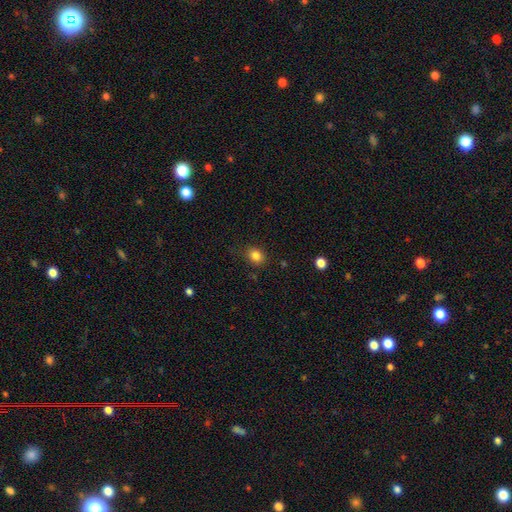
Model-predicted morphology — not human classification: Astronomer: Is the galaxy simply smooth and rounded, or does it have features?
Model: smooth — 83%.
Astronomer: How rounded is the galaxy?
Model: round — 61% (runner-up: in between, 38%).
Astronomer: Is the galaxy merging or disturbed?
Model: none — 82%.